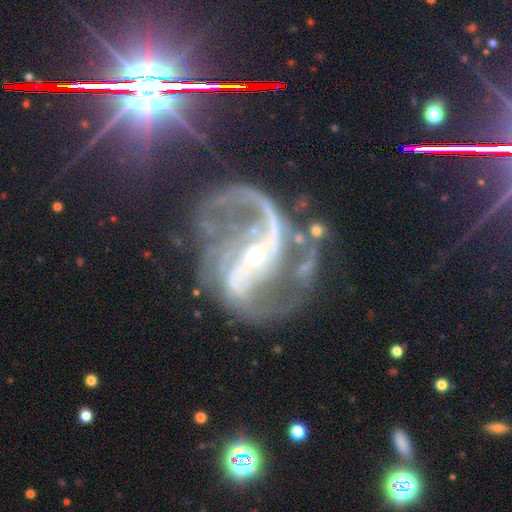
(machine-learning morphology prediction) Overall: featured or disk (90%). Edge-on disk: no (98%). Bar: strong (52%; weak 28%). Spiral arms: yes (98%). Spiral arm count: 2 (83%). Spiral winding: medium (48%; loose 41%). Bulge size: small (71%). Merging: none (50%; major disturbance 25%).